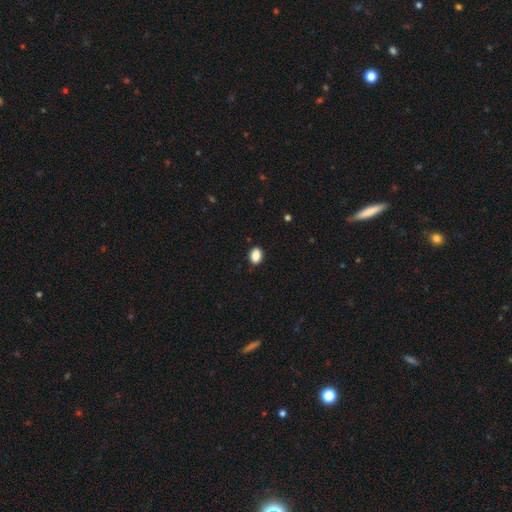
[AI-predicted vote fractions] The model was most divided on "how rounded": in between: 76%, round: 22%, cigar-shaped: 1%. More confident: merging — none (89%); smooth or featured — smooth (88%).